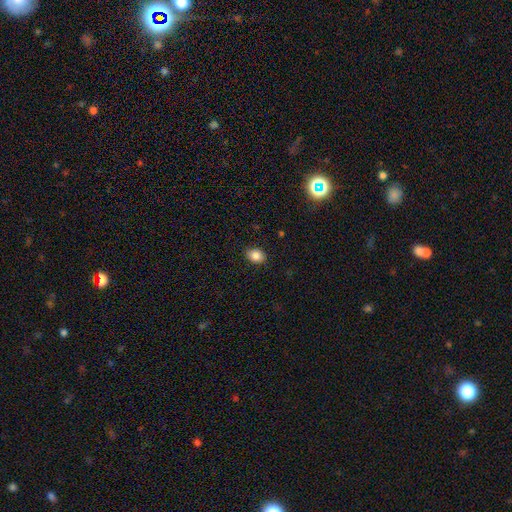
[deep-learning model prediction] Q: Smooth or featured?
A: smooth (86%); runner-up: star or artifact (9%)
Q: How rounded?
A: in between (63%); runner-up: round (36%)
Q: Merging?
A: none (88%); runner-up: minor disturbance (9%)